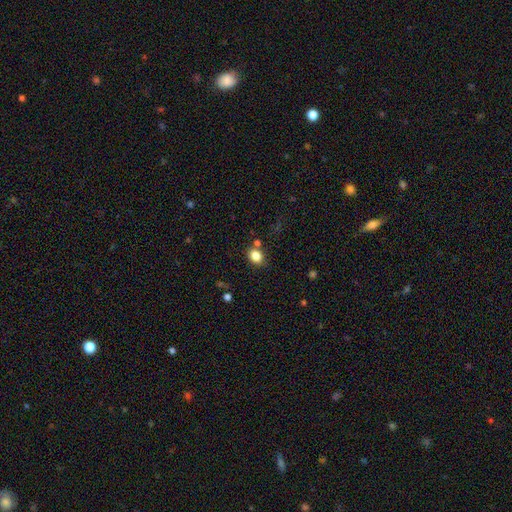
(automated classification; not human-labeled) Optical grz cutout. It shows a smooth galaxy with no disk features (84%) that is in between round and cigar-shaped (55%). Merging: none (77%).